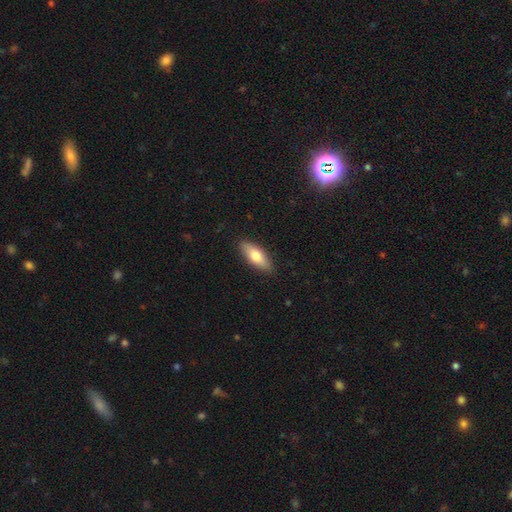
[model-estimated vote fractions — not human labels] Smooth or featured: smooth — 72% (featured or disk — 22%)
How rounded: in between — 68% (cigar-shaped — 30%)
Merging: none — 89% (minor disturbance — 9%)